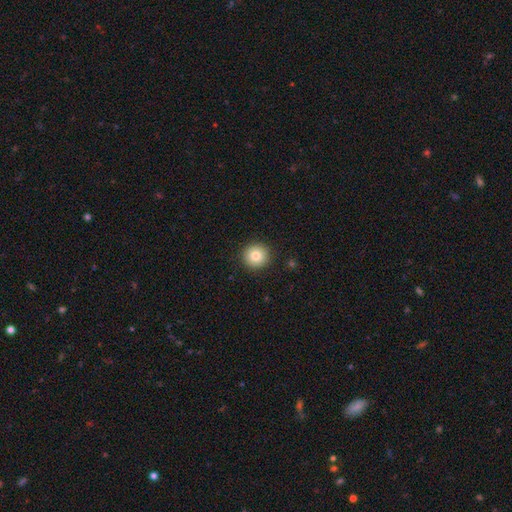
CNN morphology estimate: type=smooth (82%); roundness=round (95%); merging=none (92%).